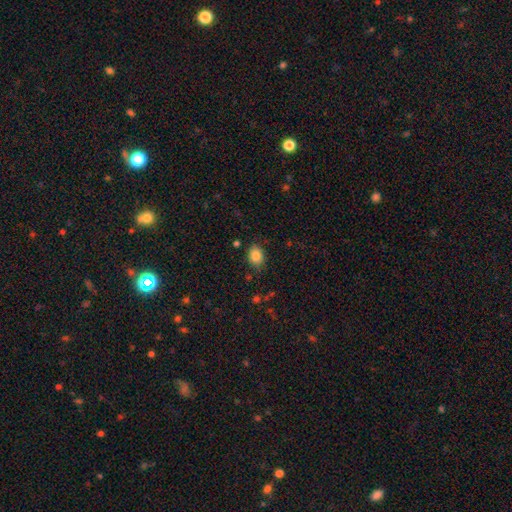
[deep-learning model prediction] Smooth or featured? smooth (85%)
How rounded? in between (54%)
Merging? none (82%)